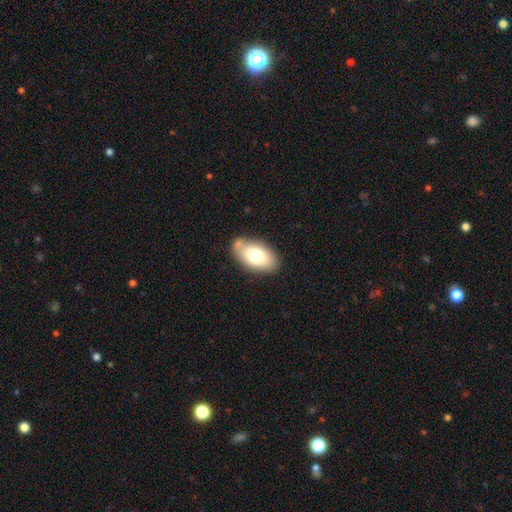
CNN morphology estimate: smooth_or_featured: smooth (p=0.71) [alt: featured or disk p=0.21]
how_rounded: in between (p=0.92) [alt: round p=0.06]
merging: none (p=0.75) [alt: minor disturbance p=0.16]